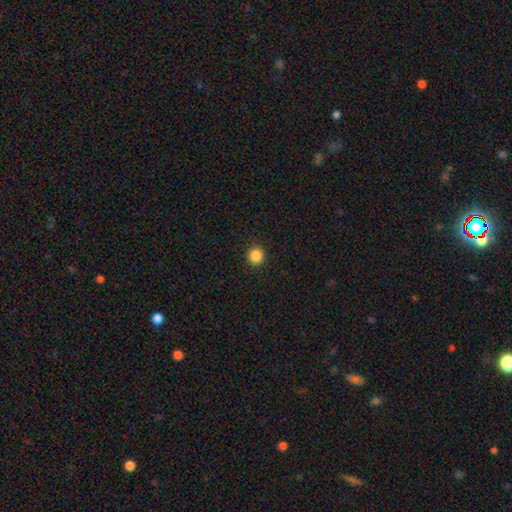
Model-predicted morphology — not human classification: A smooth galaxy with no disk features (87%) that is round (94%). Merging: none (93%).